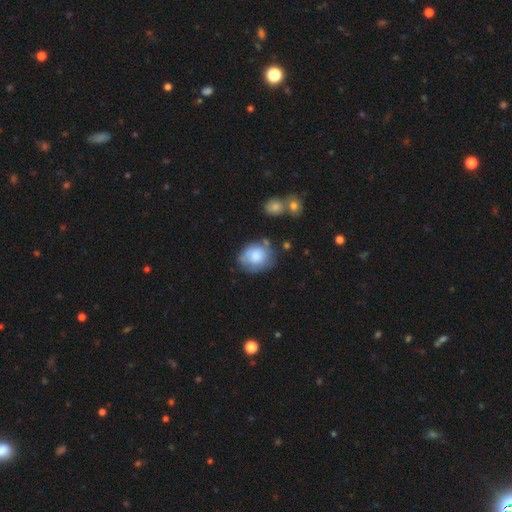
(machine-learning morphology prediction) Smooth or featured: smooth — 75% (featured or disk — 18%)
How rounded: round — 58% (in between — 41%)
Merging: none — 59% (minor disturbance — 26%)